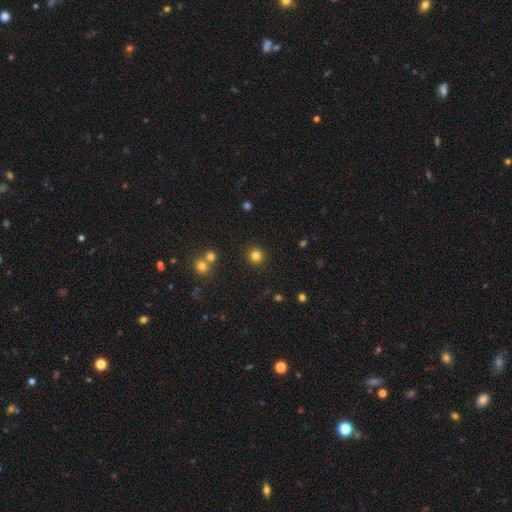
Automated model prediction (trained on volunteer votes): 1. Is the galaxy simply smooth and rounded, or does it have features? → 81% smooth, 14% star or artifact, 5% featured or disk.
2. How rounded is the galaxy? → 93% round, 6% in between, 1% cigar-shaped.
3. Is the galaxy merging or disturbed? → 90% none, 5% minor disturbance, 3% merger, 2% major disturbance.